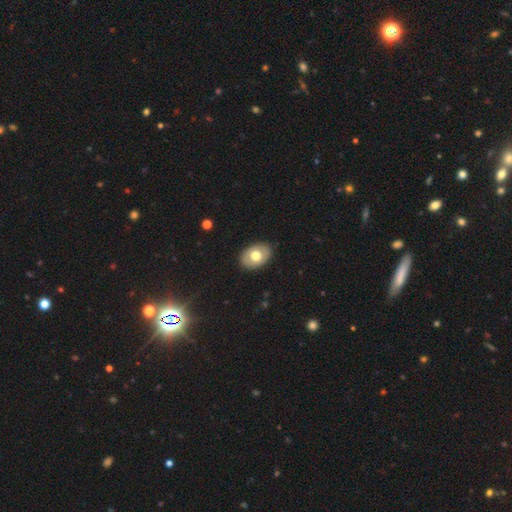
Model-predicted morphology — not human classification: type=smooth (66%); roundness=in between (80%); merging=none (87%).